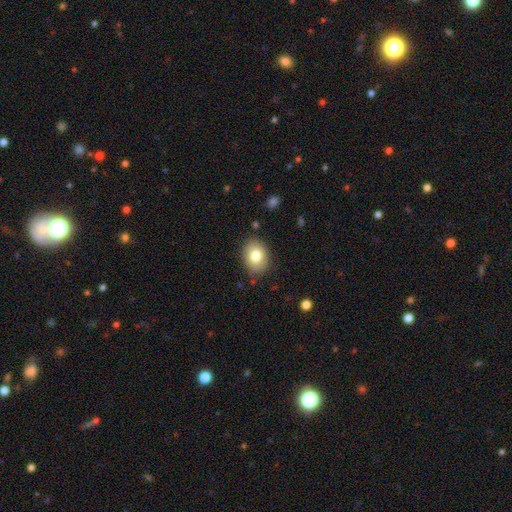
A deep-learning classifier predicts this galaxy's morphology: Smooth or featured: smooth — 80% (featured or disk — 12%)
How rounded: in between — 63% (round — 36%)
Merging: none — 84% (minor disturbance — 12%)